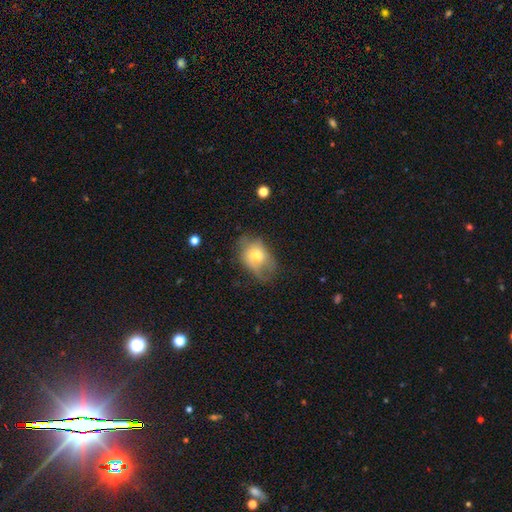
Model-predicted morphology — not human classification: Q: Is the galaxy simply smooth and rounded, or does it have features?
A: smooth — 66%.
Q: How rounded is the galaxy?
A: in between — 68%.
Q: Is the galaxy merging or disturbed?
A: none — 42%.